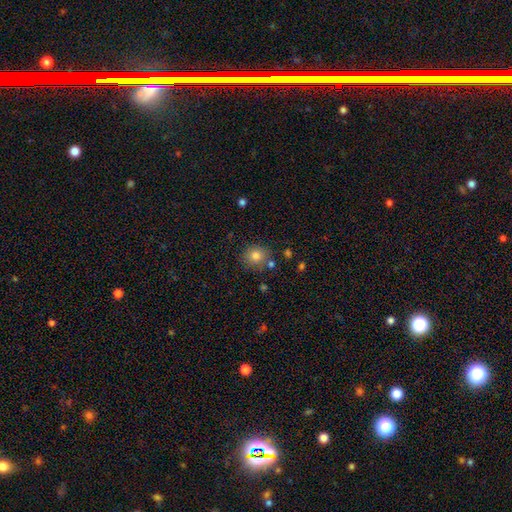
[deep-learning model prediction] A smooth galaxy with no disk features (81%) that is round (82%). Merging: none (80%).